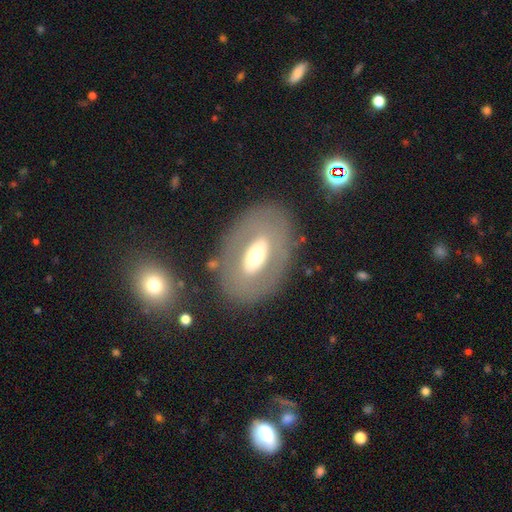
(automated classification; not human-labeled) Smooth or featured? featured or disk (51%)
Edge-on disk? no (89%)
Merging? none (78%)